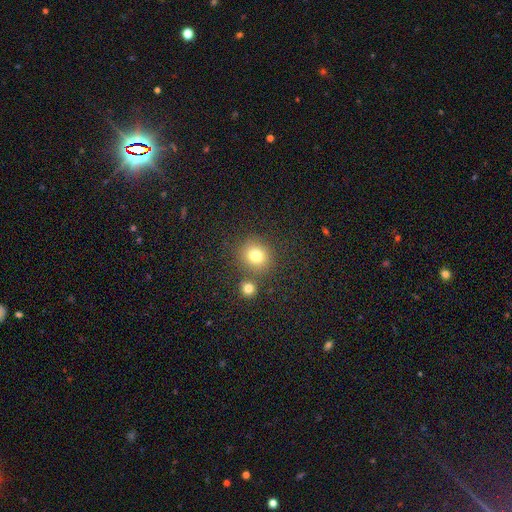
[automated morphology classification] The model was most divided on "merging": none: 75%, merger: 13%, minor disturbance: 9%, major disturbance: 4%. More confident: how rounded — round (87%); smooth or featured — smooth (78%).